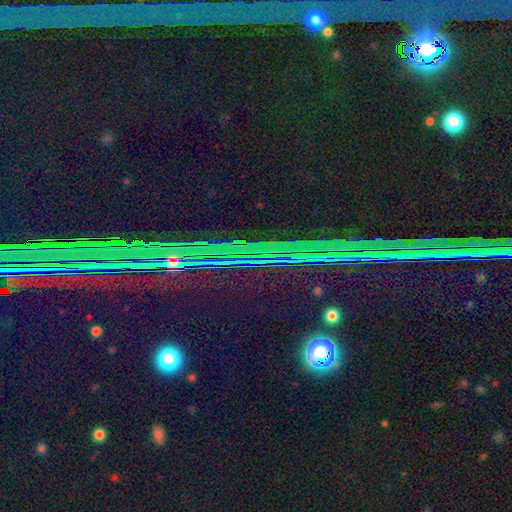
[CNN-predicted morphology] A star or artifact, not a galaxy (85%).

Vote fractions:
- Smooth or featured? star or artifact: 85% / smooth: 8% / featured or disk: 7%